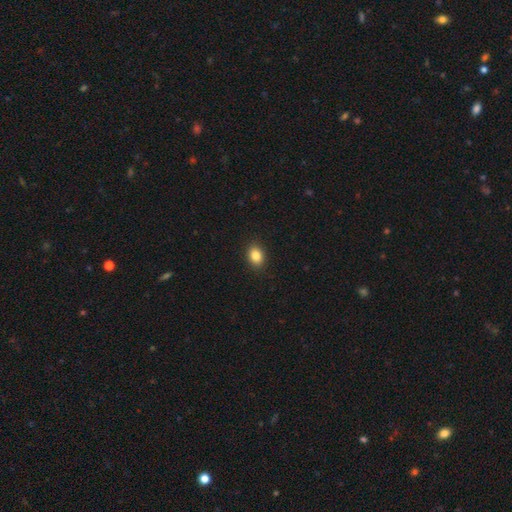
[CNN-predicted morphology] The model was most divided on "how rounded": in between: 64%, round: 35%, cigar-shaped: 1%. More confident: merging — none (90%); smooth or featured — smooth (85%).